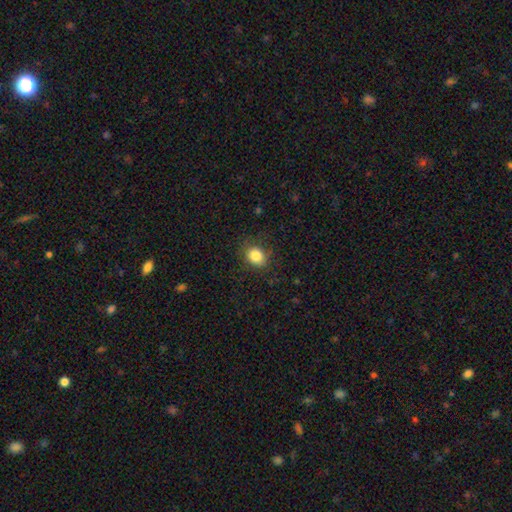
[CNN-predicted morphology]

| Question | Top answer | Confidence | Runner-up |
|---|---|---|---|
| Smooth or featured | smooth | 85% | star or artifact (10%) |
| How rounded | in between | 52% | round (47%) |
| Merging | none | 82% | minor disturbance (13%) |